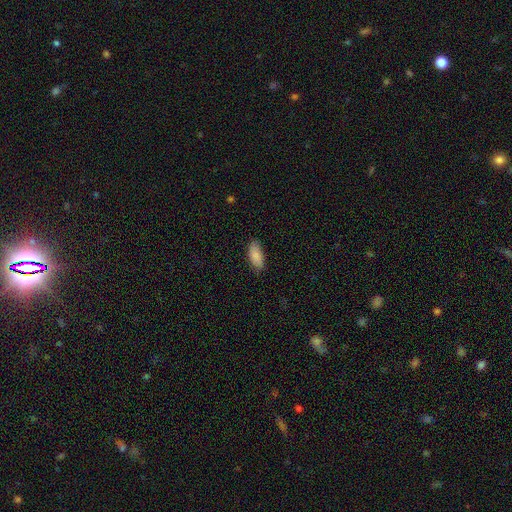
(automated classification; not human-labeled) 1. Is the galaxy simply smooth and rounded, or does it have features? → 87% smooth, 7% featured or disk, 6% star or artifact.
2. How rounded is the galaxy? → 86% in between, 12% cigar-shaped, 2% round.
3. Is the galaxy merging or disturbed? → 81% none, 15% minor disturbance, 3% major disturbance, 1% merger.